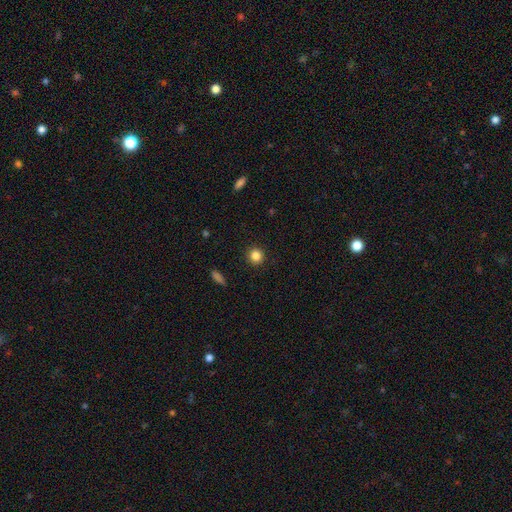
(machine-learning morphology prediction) smooth-or-featured: smooth: 84% | star or artifact: 11% | featured or disk: 5%
  how-rounded: round: 92% | in between: 7% | cigar-shaped: 1%
  merging: none: 92% | minor disturbance: 5% | major disturbance: 2% | merger: 1%